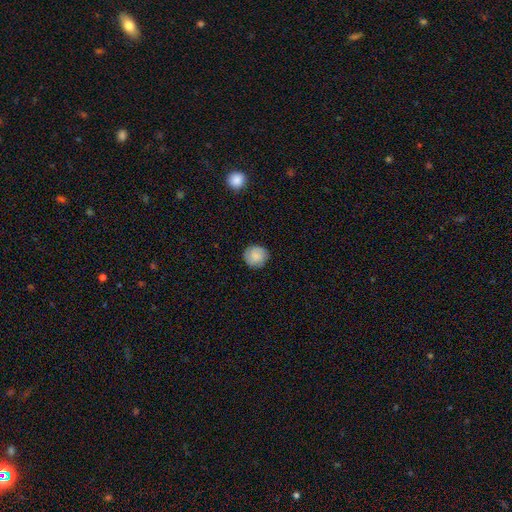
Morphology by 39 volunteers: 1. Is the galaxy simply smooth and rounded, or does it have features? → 90% smooth, 10% featured or disk, 0% star or artifact.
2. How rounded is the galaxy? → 89% round, 11% in between, 0% cigar-shaped.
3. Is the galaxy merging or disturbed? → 82% none, 18% minor disturbance, 0% major disturbance, 0% merger.